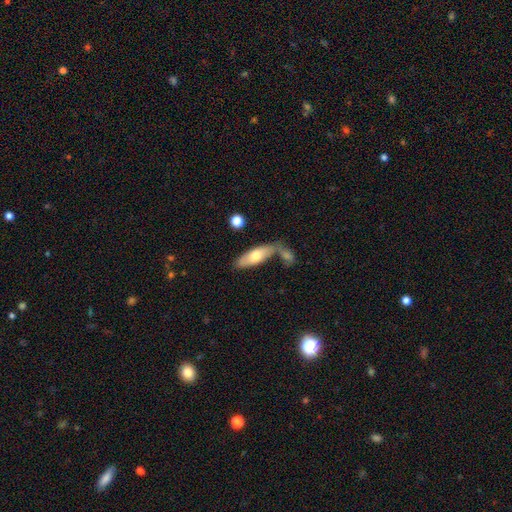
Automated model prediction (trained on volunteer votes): This is likely a smooth galaxy (67%). How rounded: likely in between (66%). Merging: possibly none (47%).